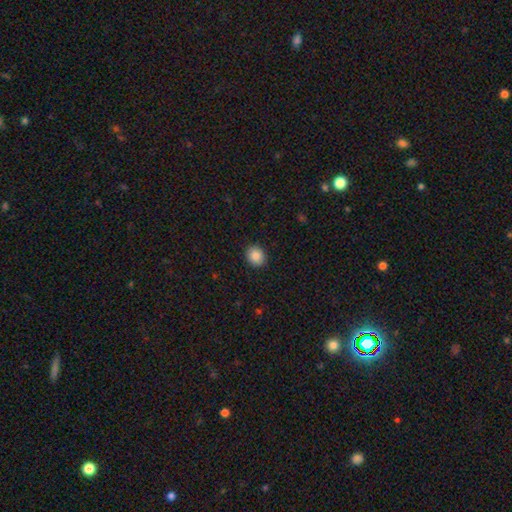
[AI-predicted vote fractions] smooth_or_featured: smooth (p=0.87) [alt: star or artifact p=0.08]
how_rounded: round (p=0.67) [alt: in between p=0.32]
merging: none (p=0.91) [alt: minor disturbance p=0.07]